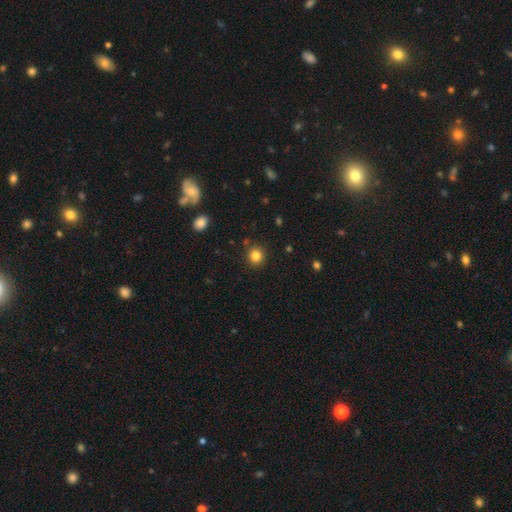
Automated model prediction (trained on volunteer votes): Smooth or featured?
  - smooth: 83% *
  - star or artifact: 12%
  - featured or disk: 5%
How rounded?
  - round: 90% *
  - in between: 9%
  - cigar-shaped: 1%
Merging?
  - none: 89% *
  - minor disturbance: 7%
  - merger: 2%
  - major disturbance: 2%